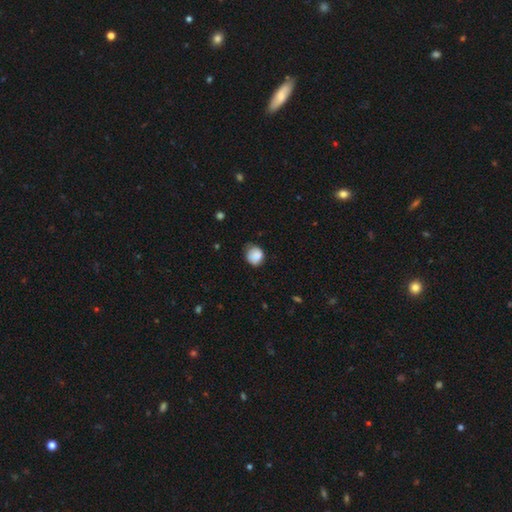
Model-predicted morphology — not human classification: type=smooth (83%); roundness=round (74%); merging=none (55%).